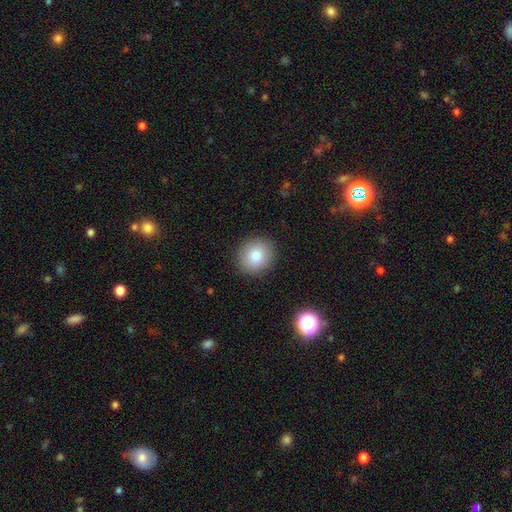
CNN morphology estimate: Overall: smooth (82%). How rounded: round (80%). Merging: none (90%).